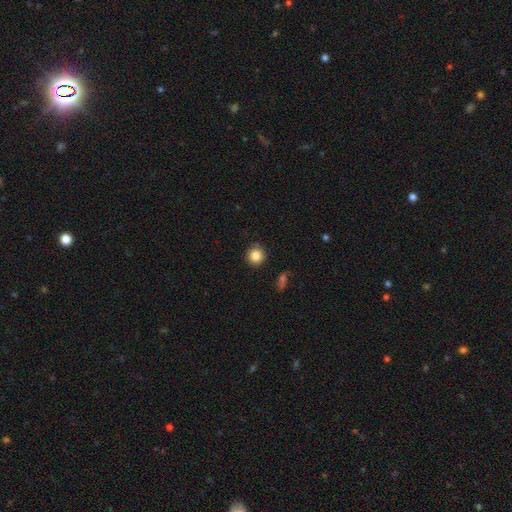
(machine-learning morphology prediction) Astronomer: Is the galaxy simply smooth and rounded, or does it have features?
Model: smooth — 84%.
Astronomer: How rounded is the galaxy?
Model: round — 93%.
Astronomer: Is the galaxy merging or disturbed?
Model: none — 88%.